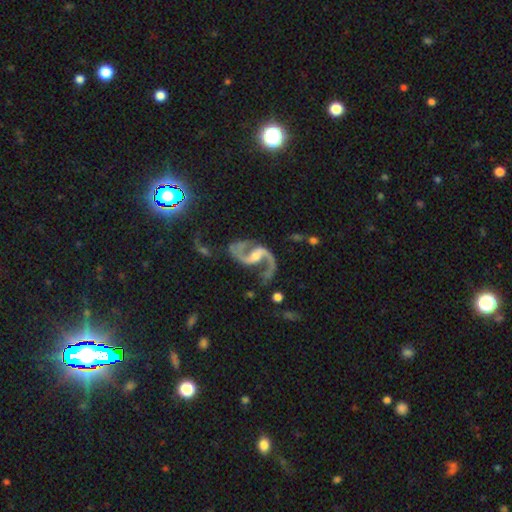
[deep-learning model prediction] Smooth or featured? Predicted: featured or disk (p=0.93). Edge-on disk? Predicted: no (p=0.98). Bar? Predicted: weak (p=0.43). Spiral arms? Predicted: yes (p=0.98). Spiral winding? Predicted: loose (p=0.61). Spiral arm count? Predicted: 2 (p=0.93). Bulge size? Predicted: moderate (p=0.45). Merging? Predicted: none (p=0.59).